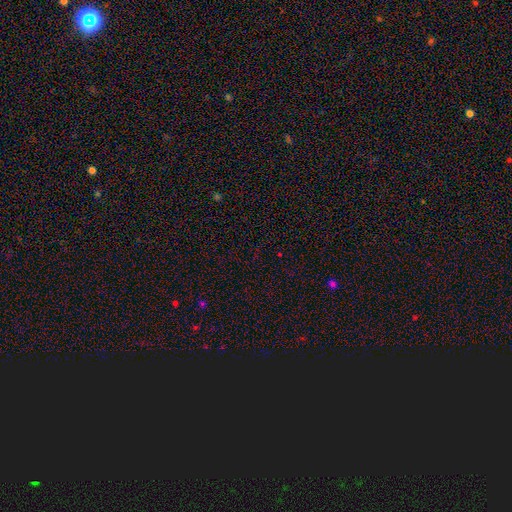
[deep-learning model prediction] smooth-or-featured: star or artifact: 70% | smooth: 23% | featured or disk: 7%